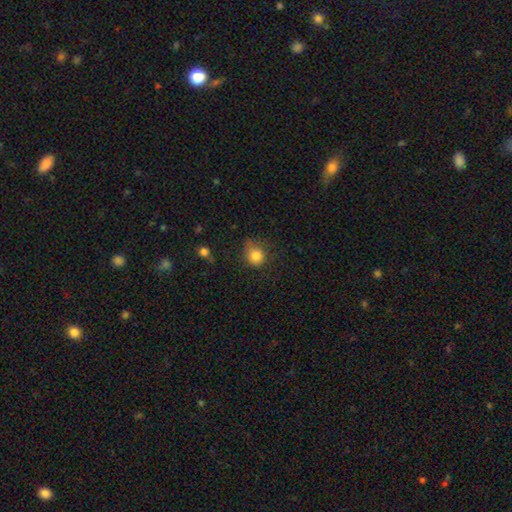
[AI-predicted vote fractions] Morphology: type=smooth (83%); roundness=round (75%); merging=none (54%).